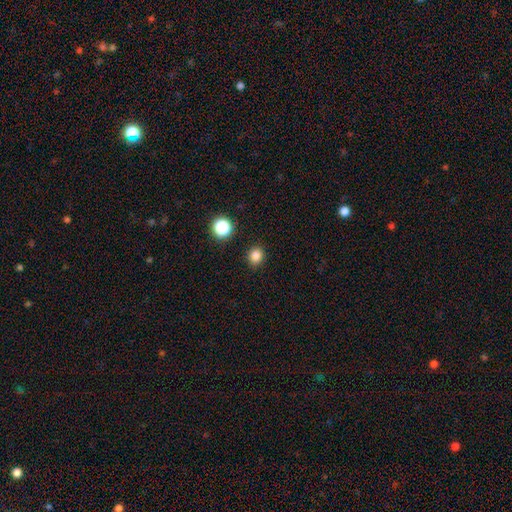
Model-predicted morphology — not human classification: Smooth or featured?
  - smooth: 83% *
  - star or artifact: 13%
  - featured or disk: 4%
How rounded?
  - round: 77% *
  - in between: 22%
  - cigar-shaped: 1%
Merging?
  - none: 90% *
  - minor disturbance: 6%
  - major disturbance: 2%
  - merger: 2%